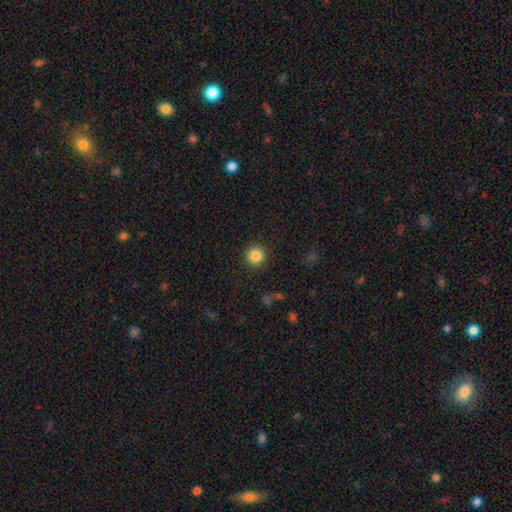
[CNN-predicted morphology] Smooth or featured: smooth — 85% (star or artifact — 10%)
How rounded: round — 95% (in between — 4%)
Merging: none — 92% (minor disturbance — 5%)